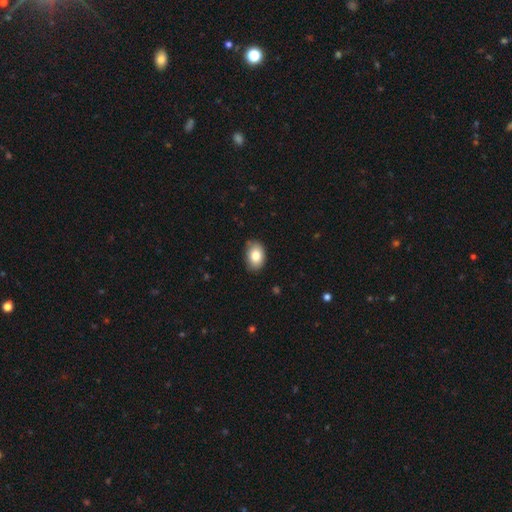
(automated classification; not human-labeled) Overall: smooth (83%). How rounded: in between (82%). Merging: none (82%).